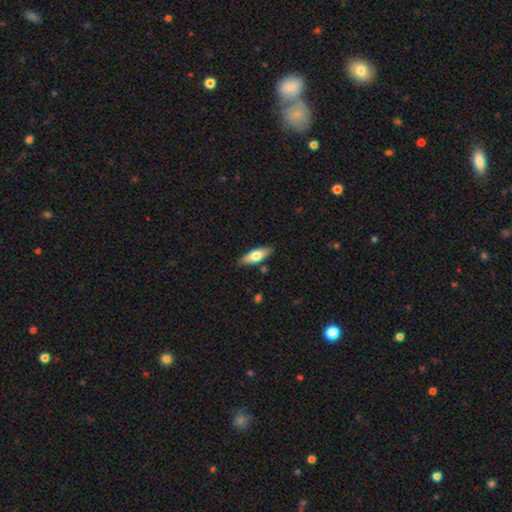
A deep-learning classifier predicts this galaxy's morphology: The model was most divided on "how rounded": in between: 58%, cigar-shaped: 39%, round: 2%. More confident: merging — none (86%); smooth or featured — smooth (66%).